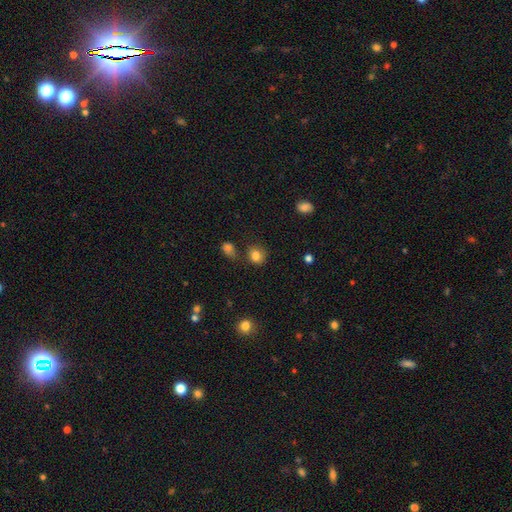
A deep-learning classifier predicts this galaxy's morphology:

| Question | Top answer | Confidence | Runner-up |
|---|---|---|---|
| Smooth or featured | smooth | 82% | star or artifact (12%) |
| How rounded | round | 78% | in between (20%) |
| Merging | none | 71% | minor disturbance (16%) |